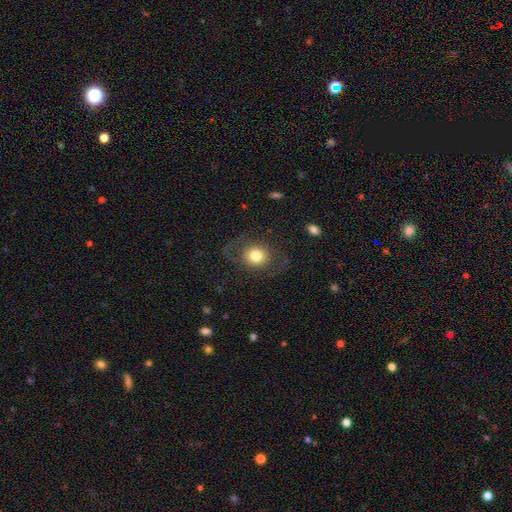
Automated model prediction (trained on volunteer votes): The model was most divided on "smooth or featured": smooth: 66%, featured or disk: 25%, star or artifact: 9%. More confident: merging — none (73%); how rounded — round (73%).